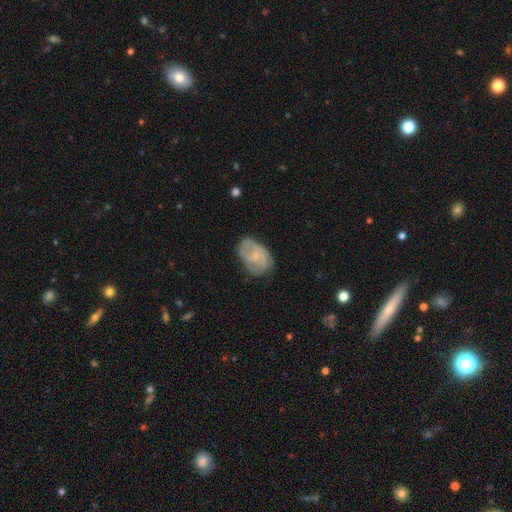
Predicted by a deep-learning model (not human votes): This is likely a featured or disk galaxy (61%). It is clearly not viewed edge-on (97%). Bar: likely no (73%). Spiral arm pattern: likely yes (80%). Central bulge: likely small (70%). Merging: possibly none (60%).